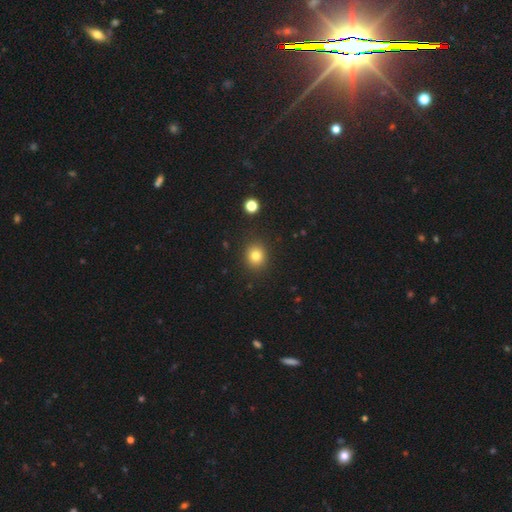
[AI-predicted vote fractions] The model was most divided on "how rounded": round: 80%, in between: 19%, cigar-shaped: 1%. More confident: merging — none (89%); smooth or featured — smooth (80%).